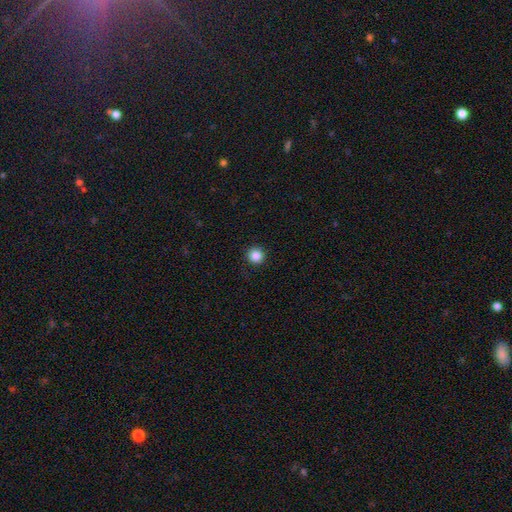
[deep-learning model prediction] Smooth or featured? smooth (86%)
How rounded? round (95%)
Merging? none (92%)